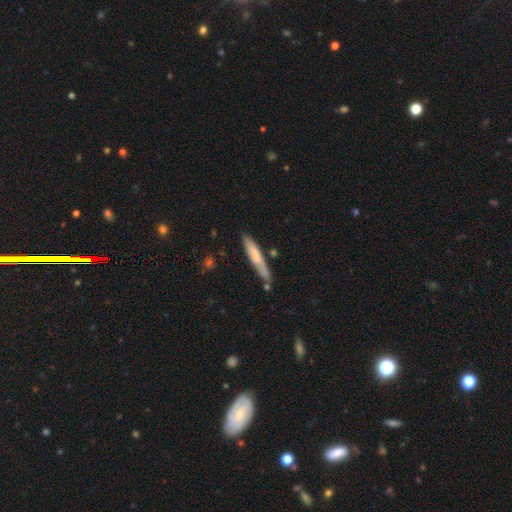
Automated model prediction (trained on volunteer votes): smooth_or_featured: smooth (p=0.68) [alt: featured or disk p=0.26]
how_rounded: cigar-shaped (p=0.91) [alt: in between p=0.08]
merging: none (p=0.71) [alt: minor disturbance p=0.18]